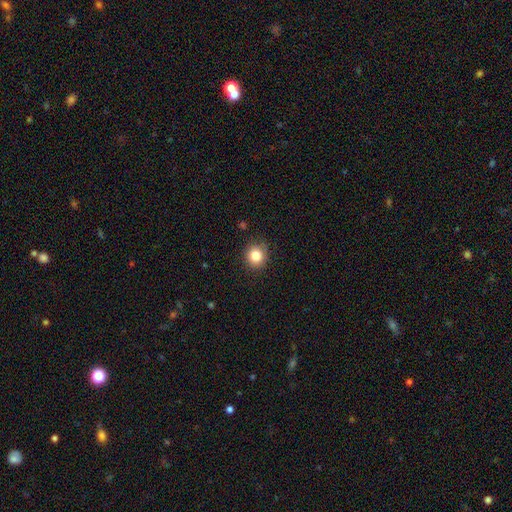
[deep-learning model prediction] Q: Smooth or featured?
A: smooth (84%); runner-up: star or artifact (11%)
Q: How rounded?
A: round (89%); runner-up: in between (10%)
Q: Merging?
A: none (88%); runner-up: minor disturbance (9%)